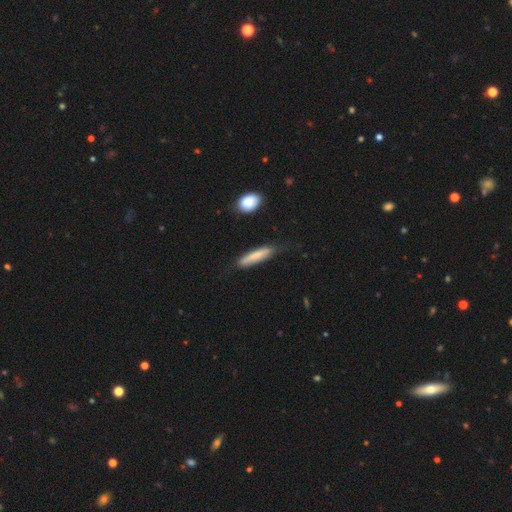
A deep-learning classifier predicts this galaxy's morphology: This is likely a smooth galaxy (77%). How rounded: clearly cigar-shaped (84%). Merging: likely none (69%).